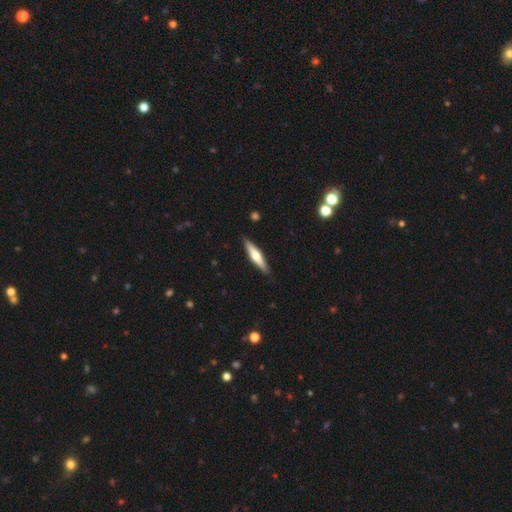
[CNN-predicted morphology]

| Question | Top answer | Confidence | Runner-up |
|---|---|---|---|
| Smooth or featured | featured or disk | 53% | smooth (42%) |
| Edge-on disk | yes | 95% | no (5%) |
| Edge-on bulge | rounded | 90% | boxy (5%) |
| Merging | none | 89% | minor disturbance (8%) |